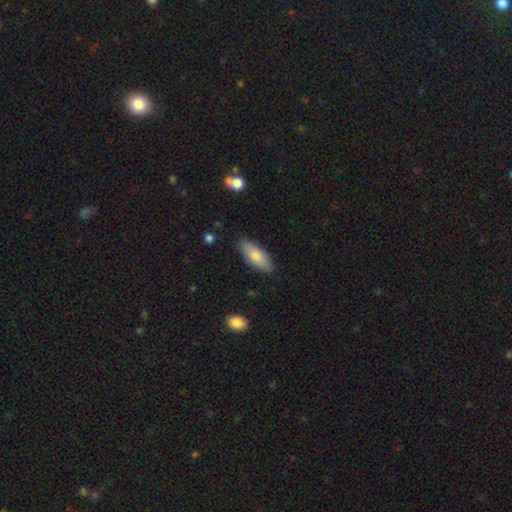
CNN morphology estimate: A smooth galaxy with no disk features (74%) that is in between round and cigar-shaped (68%).

Vote fractions:
- Smooth or featured? smooth: 74% / featured or disk: 20% / star or artifact: 6%
- How rounded? in between: 68% / cigar-shaped: 30% / round: 2%
- Merging? none: 86% / minor disturbance: 10% / major disturbance: 2% / merger: 1%